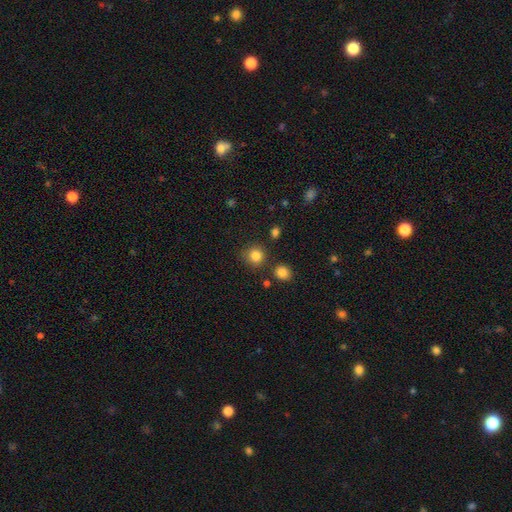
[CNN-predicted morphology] smooth-or-featured: smooth: 84% | star or artifact: 11% | featured or disk: 4%
  how-rounded: round: 90% | in between: 9% | cigar-shaped: 1%
  merging: none: 82% | minor disturbance: 10% | merger: 5% | major disturbance: 3%